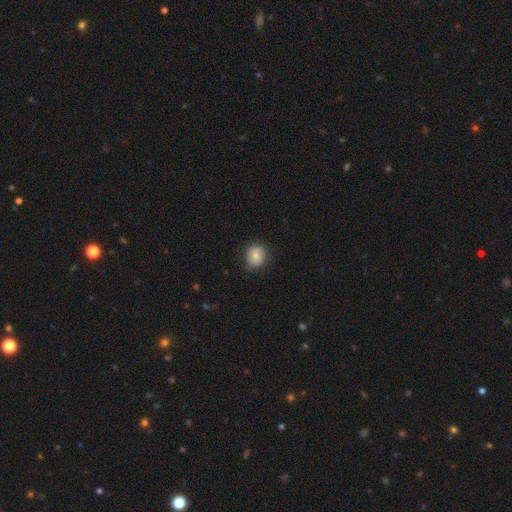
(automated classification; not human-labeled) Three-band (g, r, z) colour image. It shows a smooth galaxy with no disk features (80%) that is round (78%). Merging: none (81%).